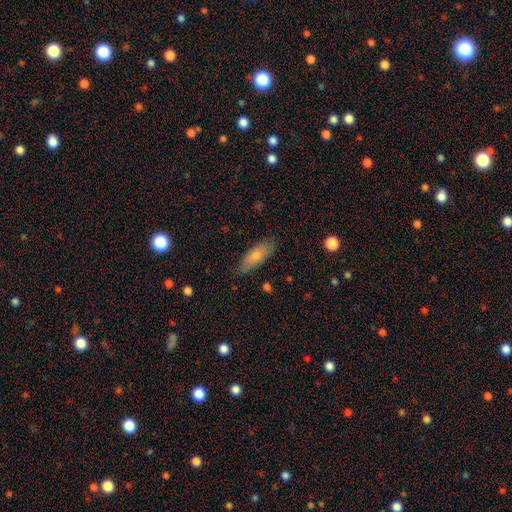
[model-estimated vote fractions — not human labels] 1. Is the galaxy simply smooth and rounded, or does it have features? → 75% smooth, 18% featured or disk, 7% star or artifact.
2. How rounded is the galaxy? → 68% in between, 30% cigar-shaped, 2% round.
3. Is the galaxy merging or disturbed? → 80% none, 16% minor disturbance, 3% major disturbance, 1% merger.